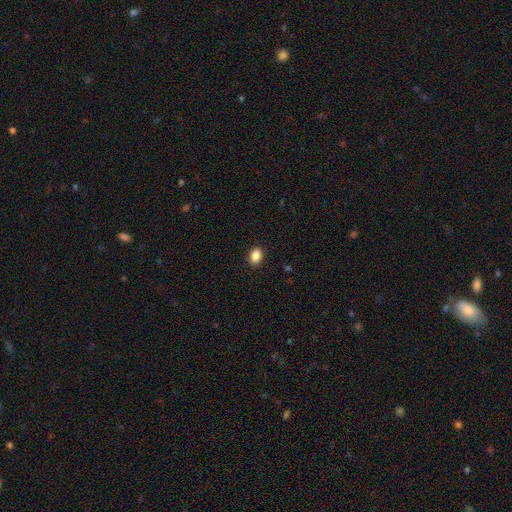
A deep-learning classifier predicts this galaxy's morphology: Smooth or featured: smooth — 87% (star or artifact — 9%)
How rounded: in between — 75% (round — 24%)
Merging: none — 90% (minor disturbance — 7%)